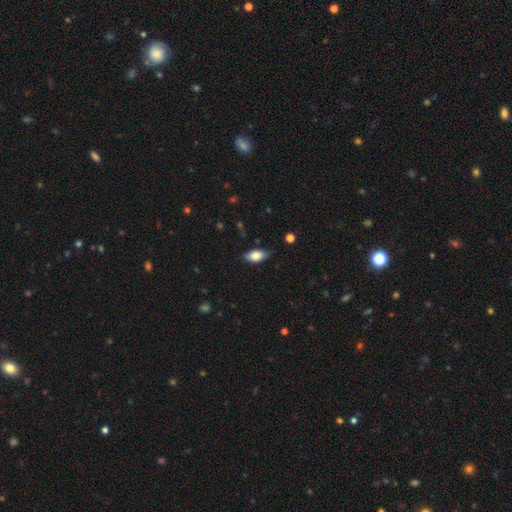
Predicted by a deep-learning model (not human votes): Q: Smooth or featured?
A: smooth (80%); runner-up: featured or disk (13%)
Q: How rounded?
A: in between (90%); runner-up: cigar-shaped (7%)
Q: Merging?
A: none (77%); runner-up: minor disturbance (19%)